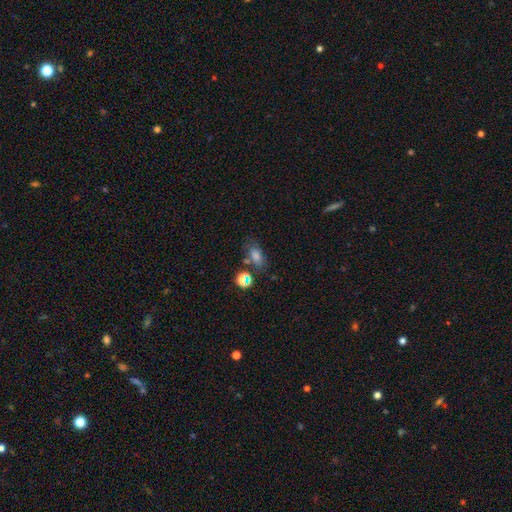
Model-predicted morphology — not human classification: This appears to be a smooth galaxy with no disk features (66%) that is in between round and cigar-shaped (78%). Merging: none (63%).